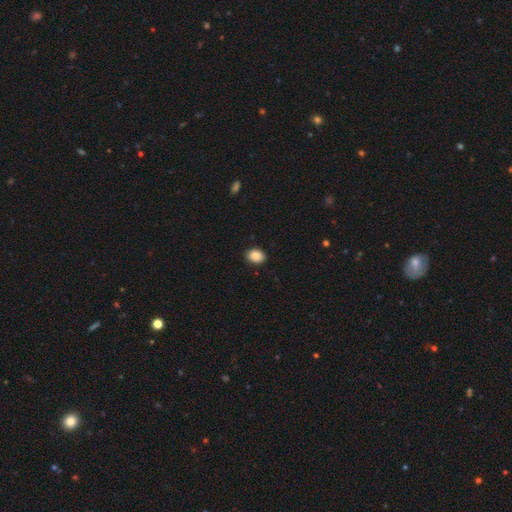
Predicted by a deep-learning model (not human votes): This is clearly a smooth galaxy (88%). How rounded: possibly in between (59%). Merging: clearly none (89%).